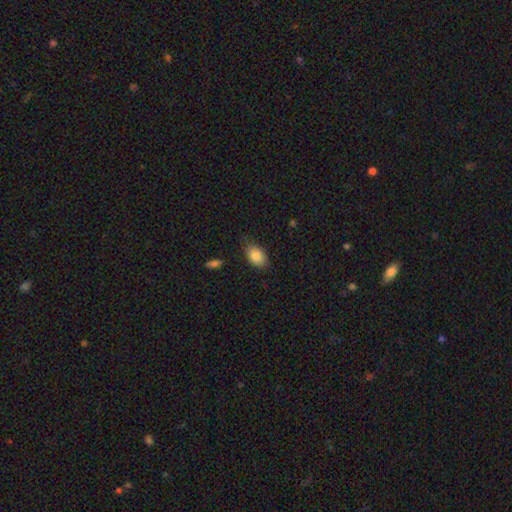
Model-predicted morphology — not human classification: A smooth galaxy with no disk features (85%) that is in between round and cigar-shaped (87%). Merging: none (75%).